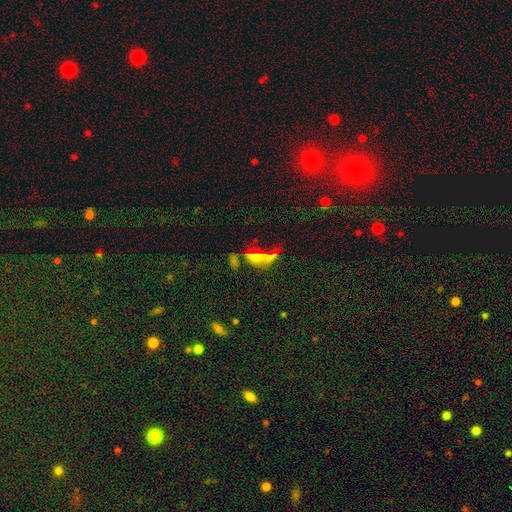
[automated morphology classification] smooth 44%, star or artifact 33%, featured or disk 23%. Down the decision tree: merging — merger (39%).